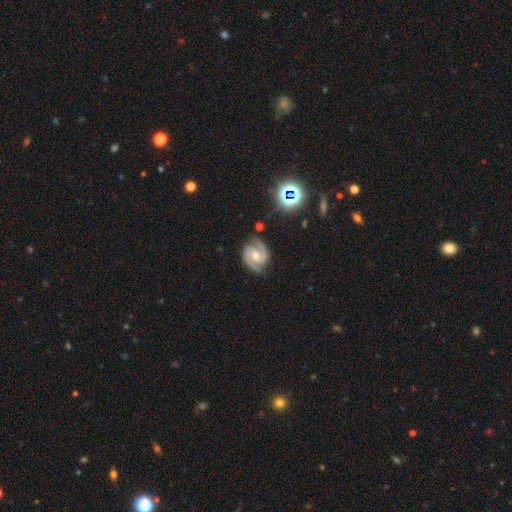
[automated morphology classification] type=featured or disk (88%); edge-on=no (98%); bar=no (48%); spiral arms=yes (98%); winding=tight (46%, tied with medium); arm count=2 (90%); bulge=moderate (68%); merging=none (79%).